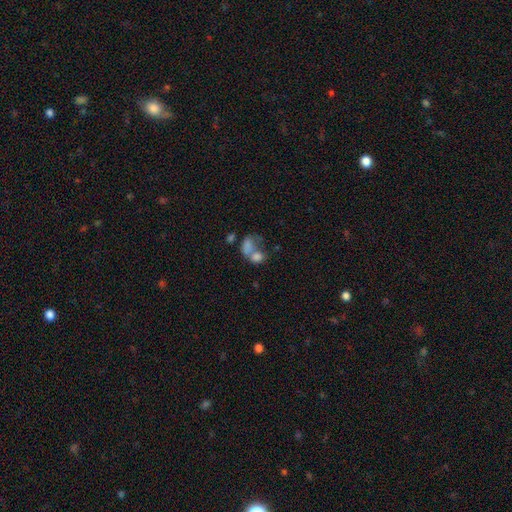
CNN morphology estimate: The model was most divided on "how rounded": in between: 64%, round: 35%, cigar-shaped: 1%. More confident: smooth or featured — smooth (70%); merging — merger (60%).